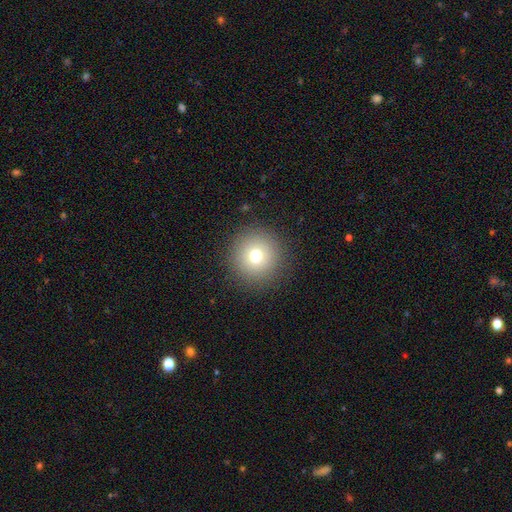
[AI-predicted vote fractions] Morphology: type=smooth (72%); roundness=round (95%); merging=none (90%).